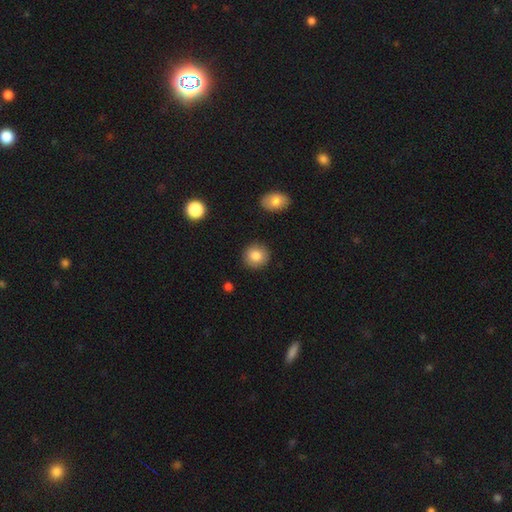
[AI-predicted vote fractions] This is clearly a smooth galaxy (83%). How rounded: clearly round (89%). Merging: clearly none (90%).